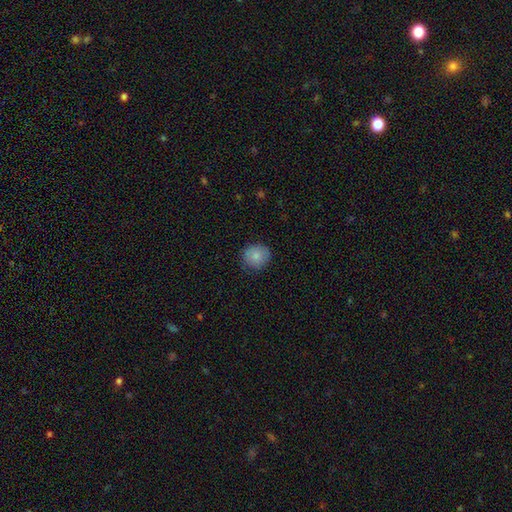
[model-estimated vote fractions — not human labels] Overall: smooth (82%). How rounded: round (82%). Merging: none (79%).